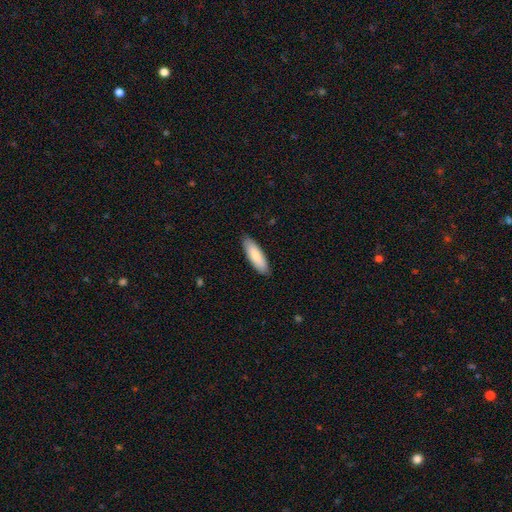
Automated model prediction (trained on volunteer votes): The model was most divided on "how rounded": in between: 56%, cigar-shaped: 43%, round: 1%. More confident: merging — none (87%); smooth or featured — smooth (81%).